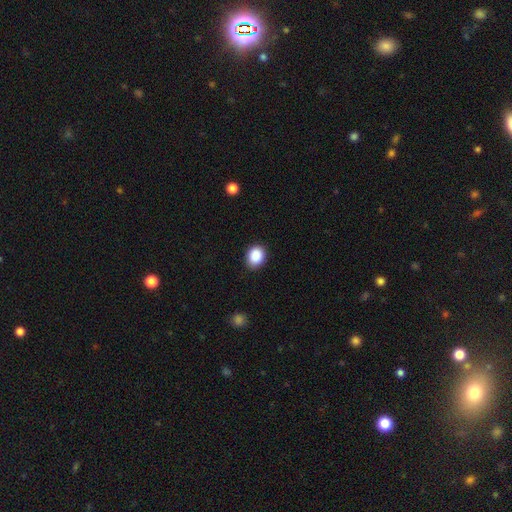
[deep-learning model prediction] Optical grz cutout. It shows a smooth galaxy with no disk features (89%) that is round (54%). Merging: none (86%).